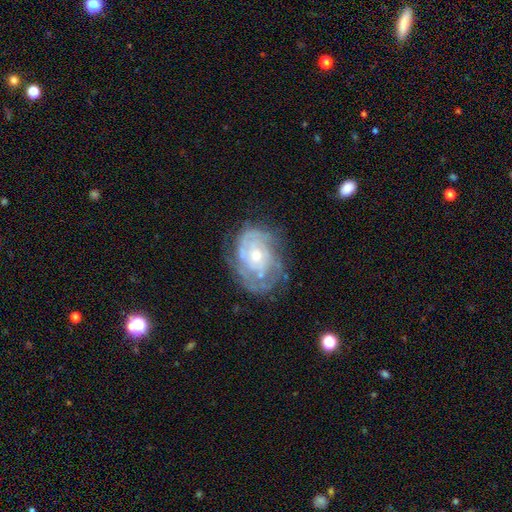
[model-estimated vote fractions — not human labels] Smooth or featured?
  - featured or disk: 81% *
  - smooth: 12%
  - star or artifact: 6%
Edge-on disk?
  - no: 97% *
  - yes: 3%
Bar?
  - no: 76% *
  - weak: 20%
  - strong: 4%
Spiral arms?
  - yes: 86% *
  - no: 14%
Spiral winding?
  - tight: 67% *
  - medium: 25%
  - loose: 8%
Spiral arm count?
  - can't tell: 48% *
  - 2: 20%
  - 3: 15%
  - 4: 8%
  - 1: 5%
  - more than 4: 5%
Bulge size?
  - small: 51% *
  - moderate: 44%
  - large: 2%
  - none: 1%
  - dominant: 1%
Merging?
  - none: 63% *
  - minor disturbance: 23%
  - major disturbance: 13%
  - merger: 2%